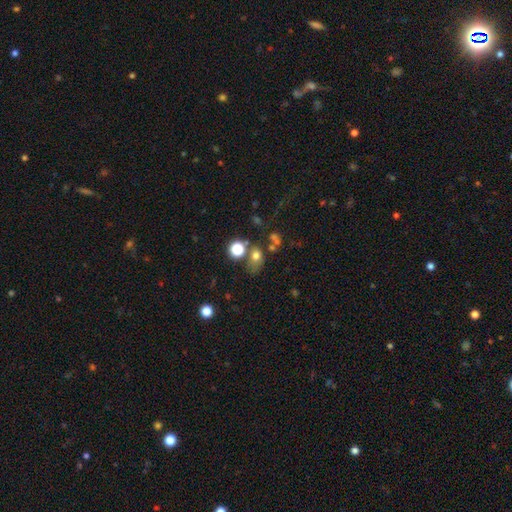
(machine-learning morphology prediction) Smooth or featured?
  - smooth: 68% *
  - star or artifact: 20%
  - featured or disk: 12%
How rounded?
  - round: 52% *
  - in between: 46%
  - cigar-shaped: 2%
Merging?
  - none: 52% *
  - merger: 22%
  - minor disturbance: 16%
  - major disturbance: 10%